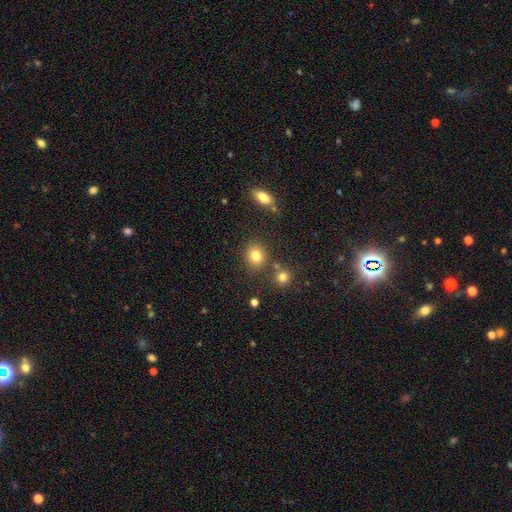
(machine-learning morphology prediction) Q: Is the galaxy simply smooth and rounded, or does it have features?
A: smooth — 81%.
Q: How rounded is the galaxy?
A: round — 75%.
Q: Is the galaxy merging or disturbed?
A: none — 80%.